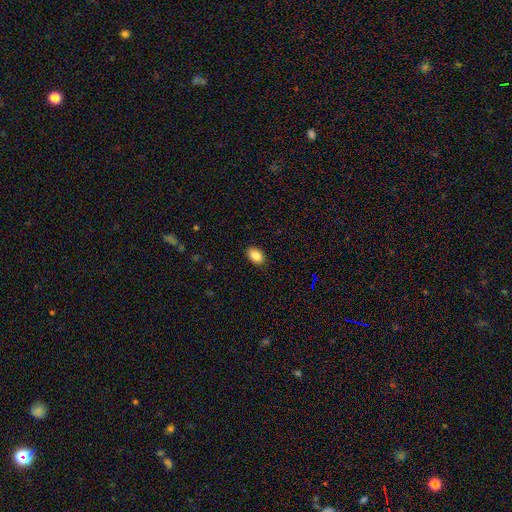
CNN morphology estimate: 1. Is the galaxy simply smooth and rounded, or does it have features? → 85% smooth, 8% star or artifact, 6% featured or disk.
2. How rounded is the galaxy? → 85% in between, 14% round, 1% cigar-shaped.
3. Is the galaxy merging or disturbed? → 89% none, 9% minor disturbance, 2% major disturbance, 1% merger.